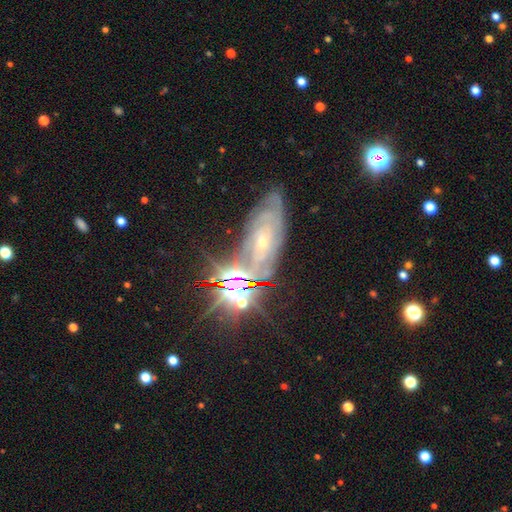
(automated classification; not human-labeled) This appears to be a featured or disk galaxy (45%). Merging: none (57%).